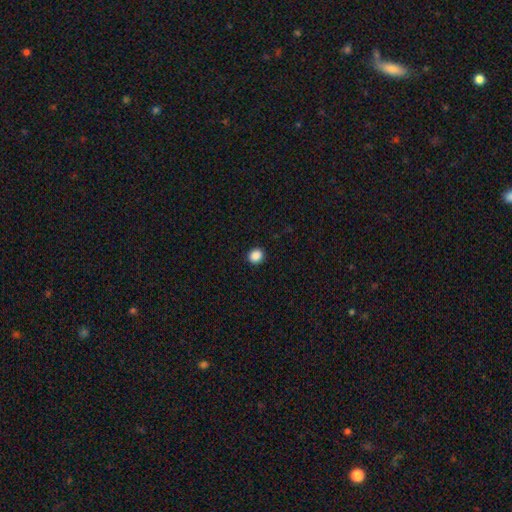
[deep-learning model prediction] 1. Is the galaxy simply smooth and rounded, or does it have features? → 88% smooth, 10% star or artifact, 2% featured or disk.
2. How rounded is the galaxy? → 83% round, 17% in between, 1% cigar-shaped.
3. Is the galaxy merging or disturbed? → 92% none, 5% minor disturbance, 2% major disturbance, 1% merger.